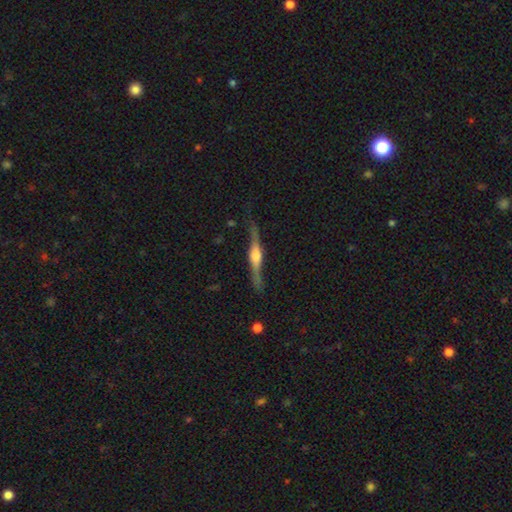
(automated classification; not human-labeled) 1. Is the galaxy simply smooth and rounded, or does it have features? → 82% featured or disk, 13% smooth, 5% star or artifact.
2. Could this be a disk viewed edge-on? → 97% yes, 3% no.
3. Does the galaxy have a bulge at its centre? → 83% rounded, 14% boxy, 3% none.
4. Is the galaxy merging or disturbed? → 80% none, 15% minor disturbance, 4% major disturbance, 2% merger.